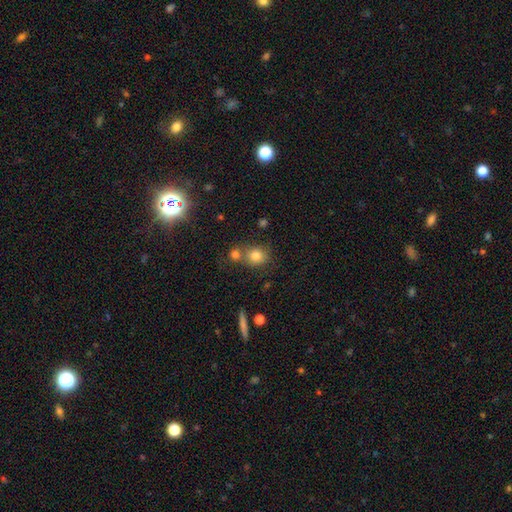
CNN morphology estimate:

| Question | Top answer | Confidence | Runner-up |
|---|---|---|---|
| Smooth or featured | smooth | 80% | star or artifact (12%) |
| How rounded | round | 78% | in between (21%) |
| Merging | none | 56% | merger (30%) |